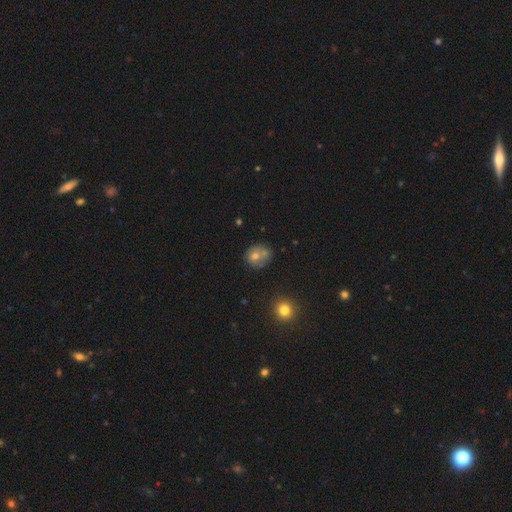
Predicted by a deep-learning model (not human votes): Smooth or featured: smooth — 60% (featured or disk — 25%)
How rounded: round — 75% (in between — 24%)
Merging: none — 56% (merger — 19%)